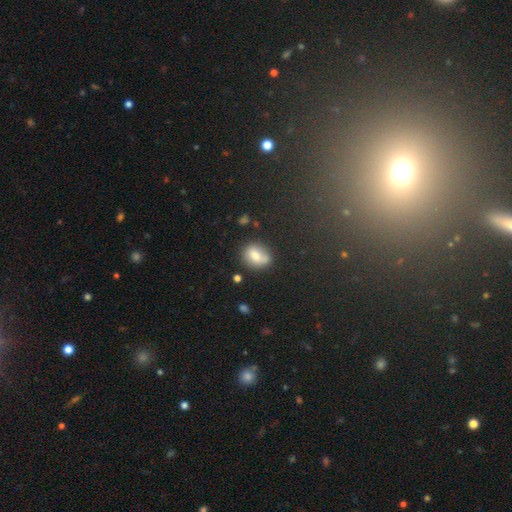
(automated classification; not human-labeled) Smooth or featured? smooth (71%)
How rounded? round (51%)
Merging? none (62%)